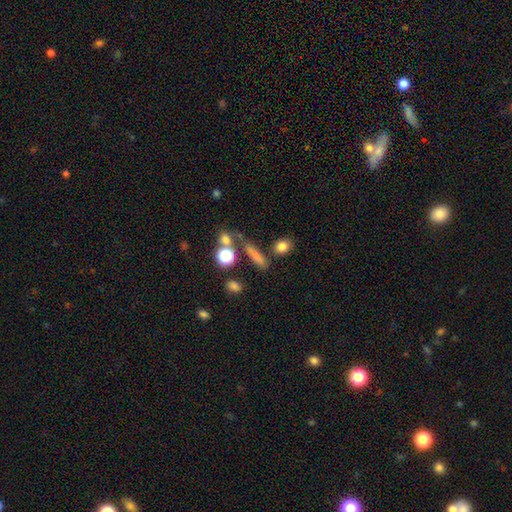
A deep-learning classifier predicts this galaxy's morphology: Smooth or featured?
  - smooth: 74% *
  - star or artifact: 14%
  - featured or disk: 12%
How rounded?
  - cigar-shaped: 57% *
  - in between: 25%
  - round: 18%
Merging?
  - none: 65% *
  - minor disturbance: 14%
  - merger: 14%
  - major disturbance: 7%